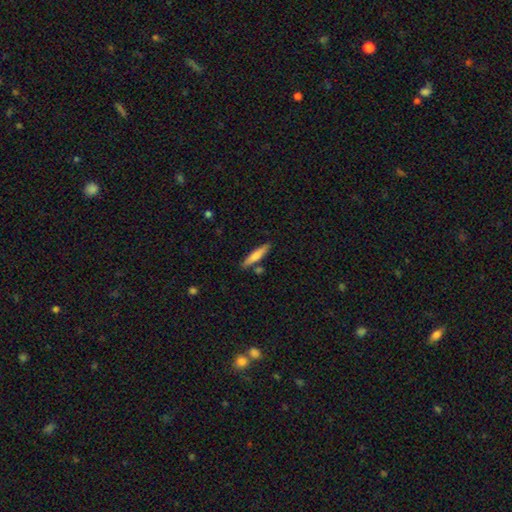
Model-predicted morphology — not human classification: Smooth or featured: smooth — 71% (featured or disk — 23%)
How rounded: cigar-shaped — 88% (in between — 10%)
Merging: none — 81% (minor disturbance — 10%)